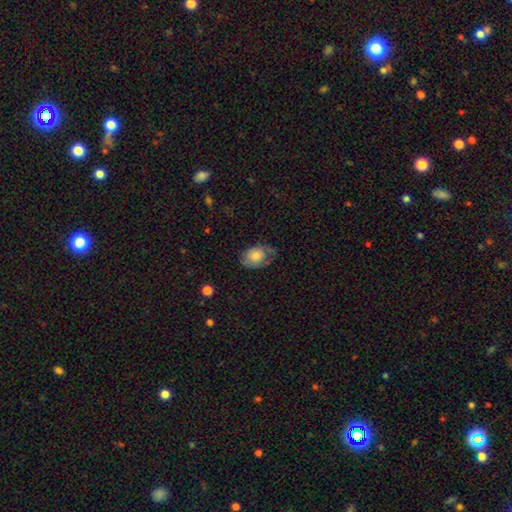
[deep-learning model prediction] Smooth or featured: smooth — 63% (featured or disk — 30%)
How rounded: in between — 73% (round — 26%)
Merging: none — 47% (minor disturbance — 33%)